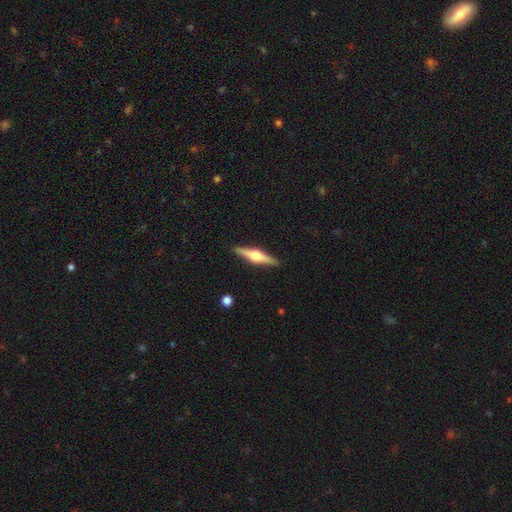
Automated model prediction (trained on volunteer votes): Smooth or featured?
  - featured or disk: 74% *
  - smooth: 21%
  - star or artifact: 5%
Edge-on disk?
  - yes: 98% *
  - no: 2%
Edge-on bulge?
  - rounded: 94% *
  - boxy: 4%
  - none: 2%
Merging?
  - none: 91% *
  - minor disturbance: 6%
  - major disturbance: 1%
  - merger: 1%